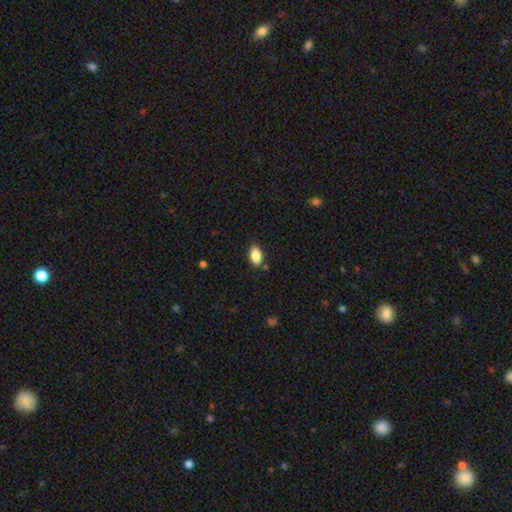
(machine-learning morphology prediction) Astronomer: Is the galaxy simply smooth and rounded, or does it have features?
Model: smooth — 87%.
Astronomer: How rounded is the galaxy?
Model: in between — 91%.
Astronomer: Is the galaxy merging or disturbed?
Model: none — 83%.